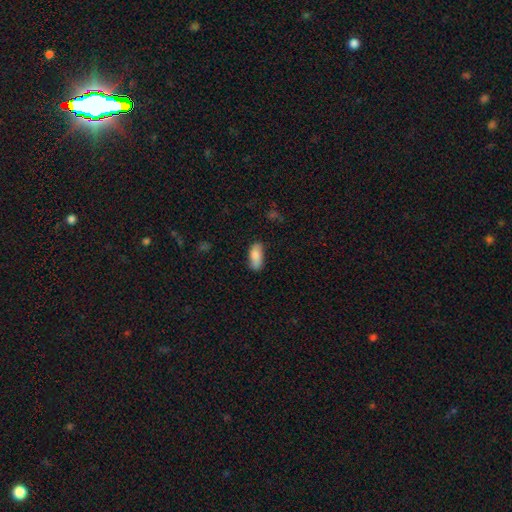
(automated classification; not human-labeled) A smooth galaxy with no disk features (85%) that is in between round and cigar-shaped (85%).

Vote fractions:
- Smooth or featured? smooth: 85% / featured or disk: 9% / star or artifact: 6%
- How rounded? in between: 85% / cigar-shaped: 13% / round: 2%
- Merging? none: 77% / minor disturbance: 18% / major disturbance: 4% / merger: 2%